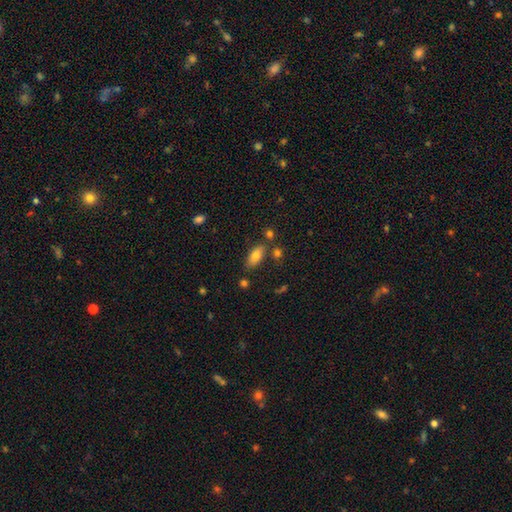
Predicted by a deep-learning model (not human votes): Overall: smooth (78%). How rounded: in between (85%). Merging: none (74%).